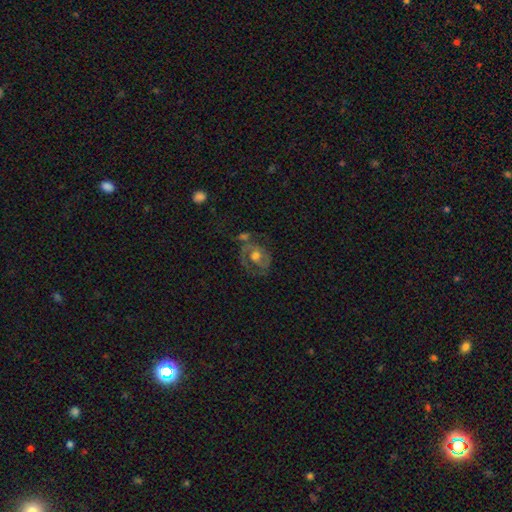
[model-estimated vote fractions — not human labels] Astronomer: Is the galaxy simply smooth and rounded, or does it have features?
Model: featured or disk — 68%.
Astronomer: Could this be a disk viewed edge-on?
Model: no — 97%.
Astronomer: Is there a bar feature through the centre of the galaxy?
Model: no — 67%.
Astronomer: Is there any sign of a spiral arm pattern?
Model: yes — 73%.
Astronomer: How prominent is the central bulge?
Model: moderate — 70%.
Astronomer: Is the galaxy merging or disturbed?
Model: none — 47%.